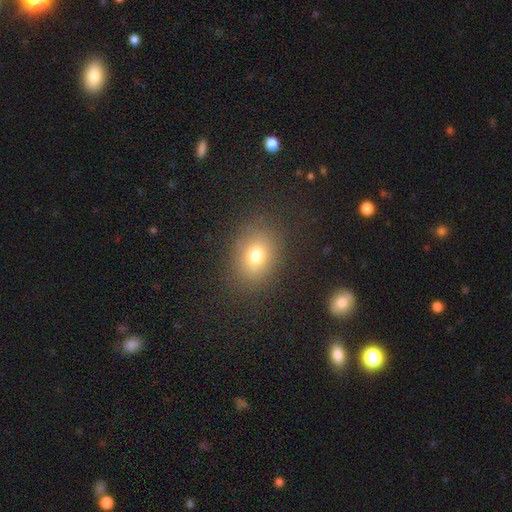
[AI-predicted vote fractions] Q: Smooth or featured?
A: smooth (75%); runner-up: star or artifact (14%)
Q: How rounded?
A: in between (51%); runner-up: round (48%)
Q: Merging?
A: none (84%); runner-up: minor disturbance (10%)